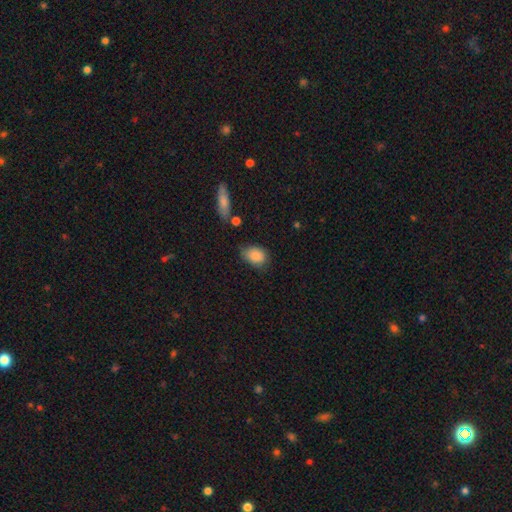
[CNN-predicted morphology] Smooth or featured? Predicted: smooth (p=0.87). How rounded? Predicted: in between (p=0.74). Merging? Predicted: none (p=0.63).